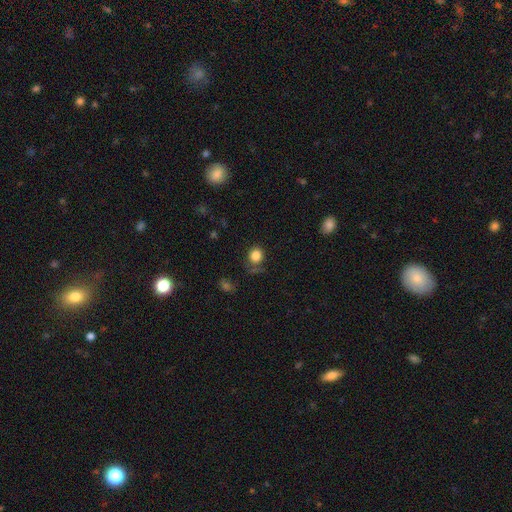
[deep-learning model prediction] A smooth galaxy with no disk features (83%) that is round (81%).

Vote fractions:
- Smooth or featured? smooth: 83% / star or artifact: 12% / featured or disk: 5%
- How rounded? round: 81% / in between: 18% / cigar-shaped: 1%
- Merging? none: 71% / minor disturbance: 17% / major disturbance: 7% / merger: 5%